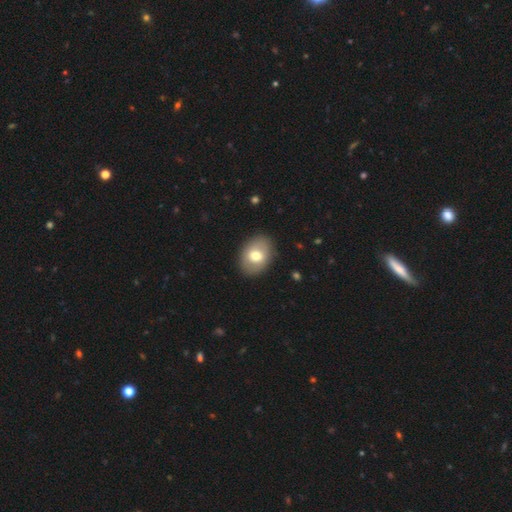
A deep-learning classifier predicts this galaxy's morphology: Smooth or featured: smooth — 71% (featured or disk — 22%)
How rounded: in between — 72% (round — 27%)
Merging: none — 87% (minor disturbance — 9%)